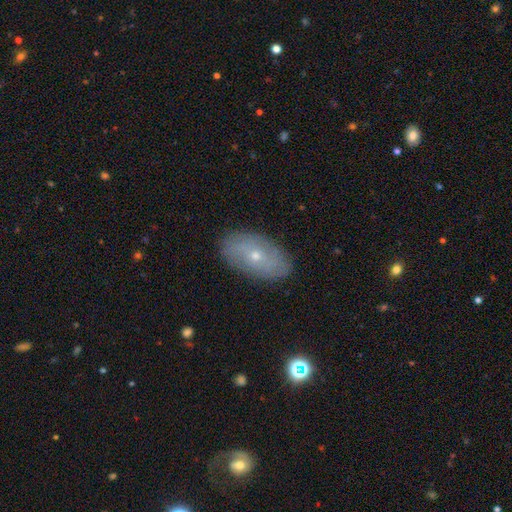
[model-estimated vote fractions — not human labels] This appears to be a featured or disk galaxy (46%). Merging: none (86%).